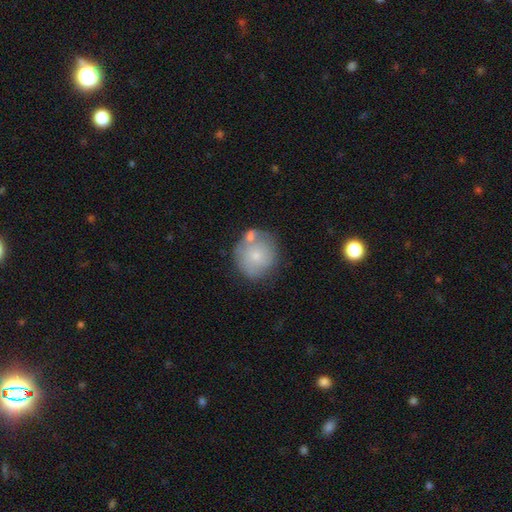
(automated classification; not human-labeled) This is likely a smooth galaxy (67%). How rounded: clearly round (92%). Merging: possibly none (60%).